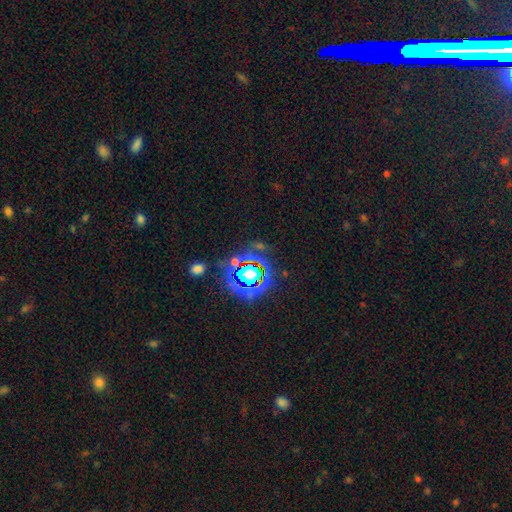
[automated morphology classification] smooth_or_featured: star or artifact (p=0.80) [alt: smooth p=0.12]